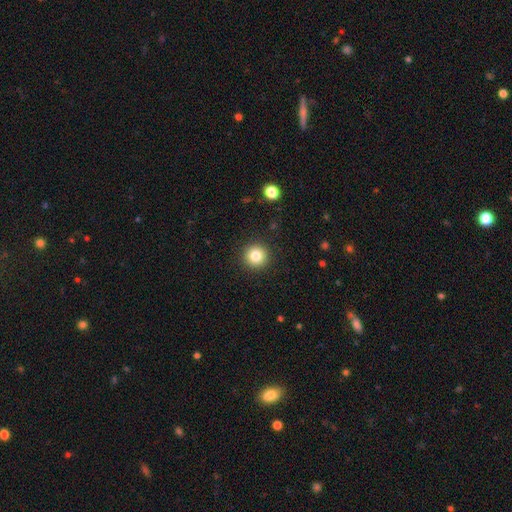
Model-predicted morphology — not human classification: Q: Smooth or featured?
A: smooth (83%); runner-up: star or artifact (11%)
Q: How rounded?
A: round (95%); runner-up: in between (4%)
Q: Merging?
A: none (92%); runner-up: minor disturbance (5%)